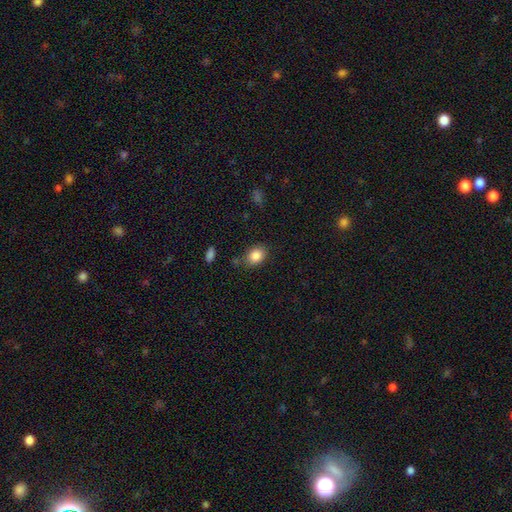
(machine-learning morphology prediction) A smooth galaxy with no disk features (86%) that is in between round and cigar-shaped (67%). Merging: none (77%).